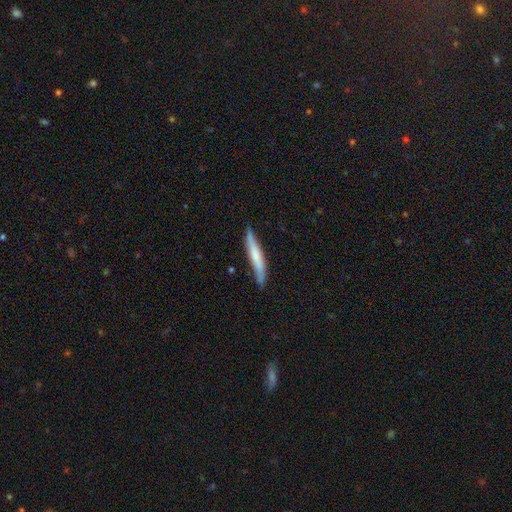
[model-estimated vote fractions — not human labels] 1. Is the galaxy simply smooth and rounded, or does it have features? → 60% smooth, 35% featured or disk, 5% star or artifact.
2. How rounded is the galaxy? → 94% cigar-shaped, 5% in between, 1% round.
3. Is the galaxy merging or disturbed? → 80% none, 16% minor disturbance, 2% major disturbance, 2% merger.